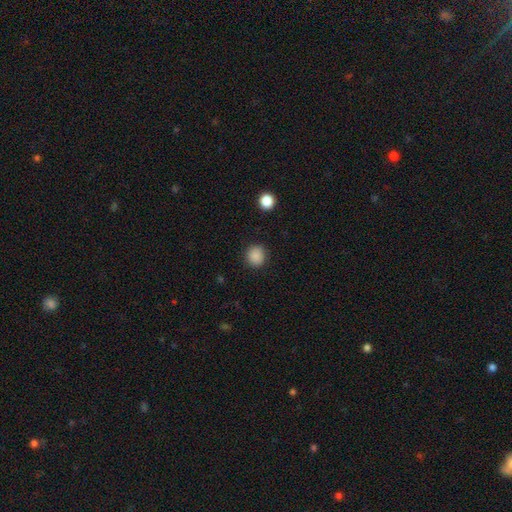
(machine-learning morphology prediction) Smooth or featured? Predicted: smooth (p=0.87). How rounded? Predicted: round (p=0.89). Merging? Predicted: none (p=0.89).